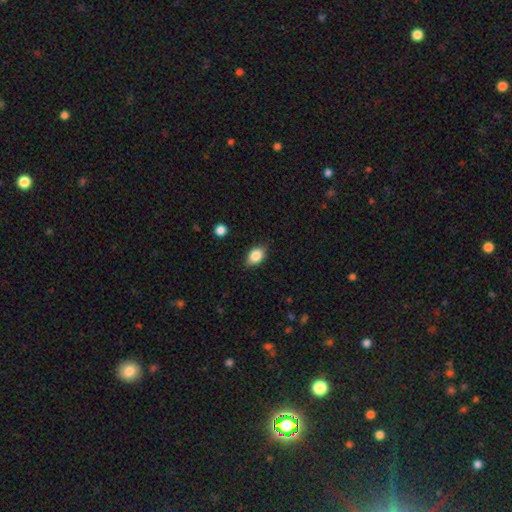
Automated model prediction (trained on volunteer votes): smooth 85%, star or artifact 8%, featured or disk 7%. Down the decision tree: how rounded — in between (85%); merging — none (85%).